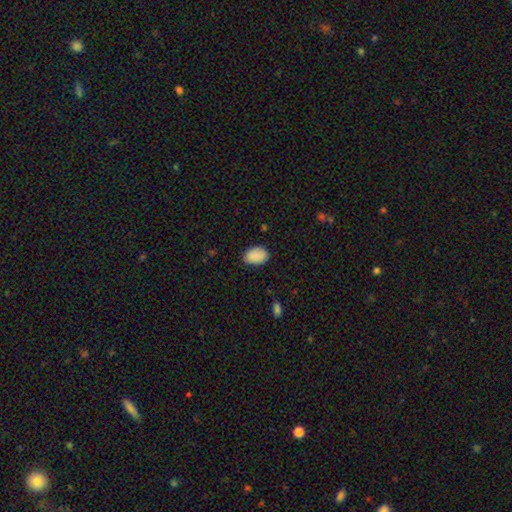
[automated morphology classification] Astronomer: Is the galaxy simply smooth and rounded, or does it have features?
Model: smooth — 90%.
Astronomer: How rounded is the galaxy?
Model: in between — 86%.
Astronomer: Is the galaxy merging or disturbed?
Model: none — 83%.